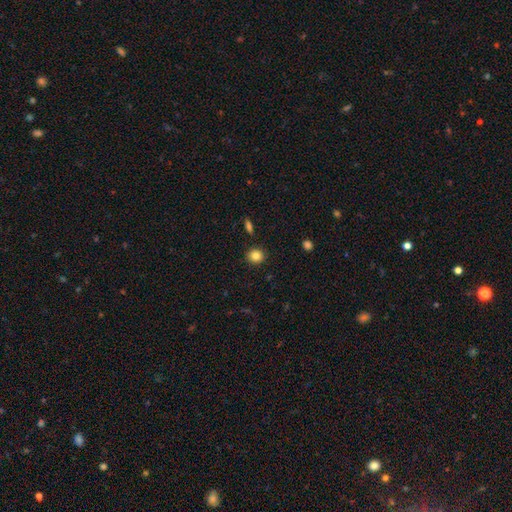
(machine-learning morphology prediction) Smooth or featured? smooth (84%)
How rounded? round (86%)
Merging? none (90%)